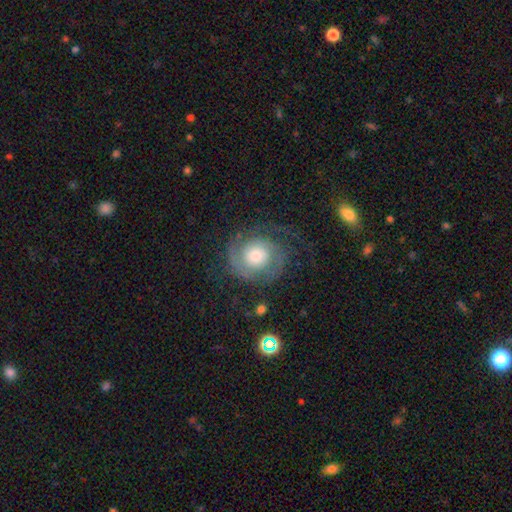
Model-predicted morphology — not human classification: The model was most divided on "spiral winding": tight: 55%, medium: 34%, loose: 11%. More confident: edge-on disk — no (98%); spiral arms — yes (94%); smooth or featured — featured or disk (80%); bar — no (77%); merging — none (66%); spiral arm count — 2 (63%); bulge size — moderate (55%).